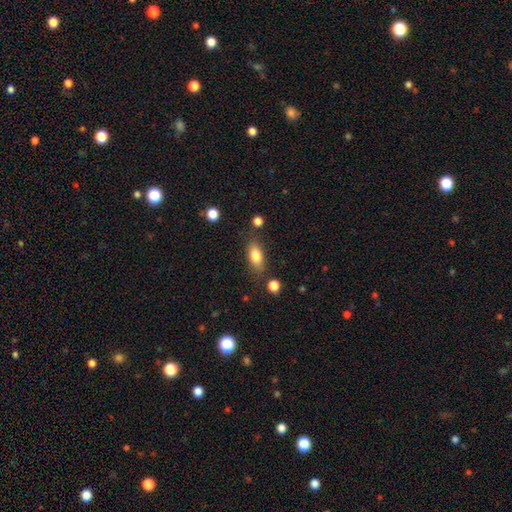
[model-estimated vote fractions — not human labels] This appears to be a smooth galaxy with no disk features (80%) that is in between round and cigar-shaped (83%). Merging: none (76%).